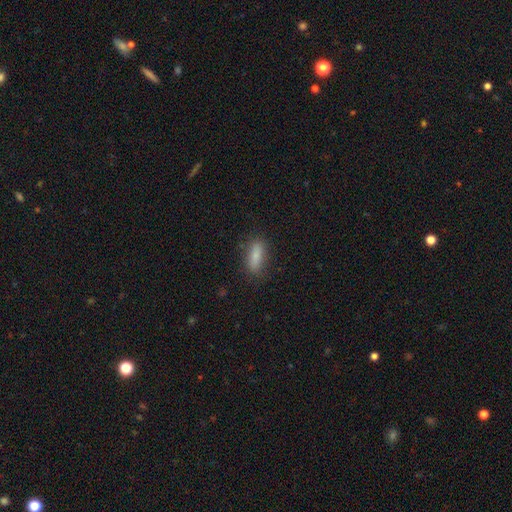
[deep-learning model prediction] Smooth or featured?
  - smooth: 81% *
  - featured or disk: 12%
  - star or artifact: 7%
How rounded?
  - in between: 54% *
  - cigar-shaped: 43%
  - round: 3%
Merging?
  - none: 82% *
  - minor disturbance: 13%
  - major disturbance: 3%
  - merger: 1%